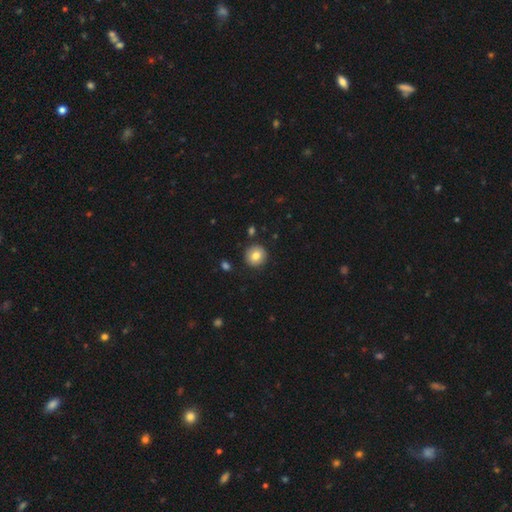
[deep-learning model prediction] The model was most divided on "smooth or featured": smooth: 80%, featured or disk: 11%, star or artifact: 9%. More confident: how rounded — round (93%); merging — none (90%).